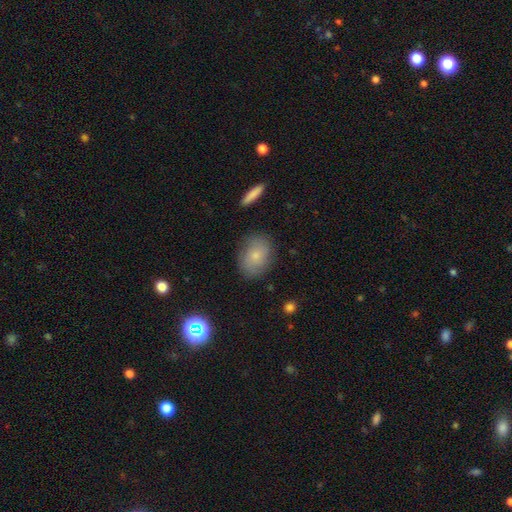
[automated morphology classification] This is likely a smooth galaxy (70%). How rounded: likely in between (67%). Merging: clearly none (80%).